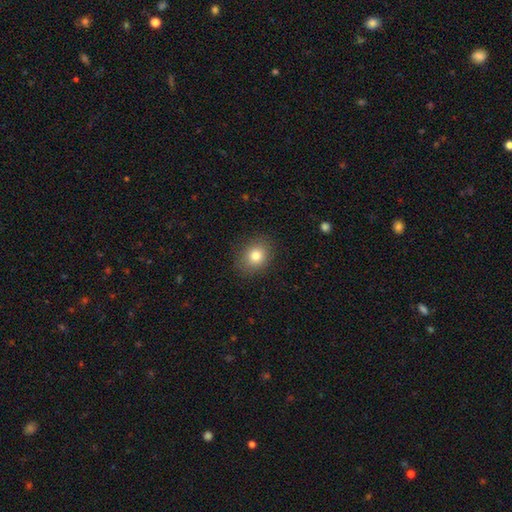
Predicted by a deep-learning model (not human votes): smooth 80%, star or artifact 10%, featured or disk 9%. Down the decision tree: how rounded — round (54%); merging — none (87%).